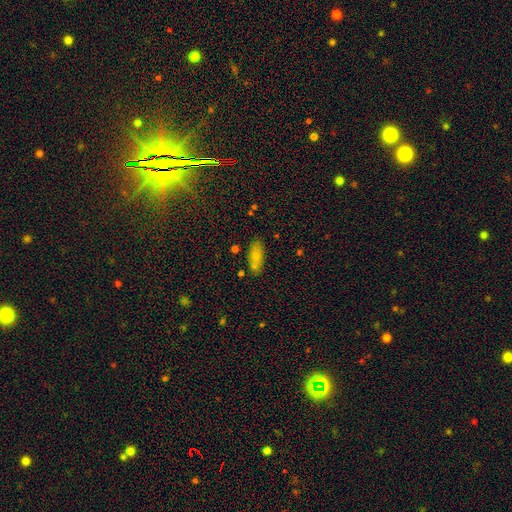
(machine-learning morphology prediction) Smooth or featured?
  - smooth: 66% *
  - star or artifact: 21%
  - featured or disk: 14%
How rounded?
  - in between: 77% *
  - cigar-shaped: 19%
  - round: 5%
Merging?
  - none: 75% *
  - minor disturbance: 14%
  - merger: 7%
  - major disturbance: 4%